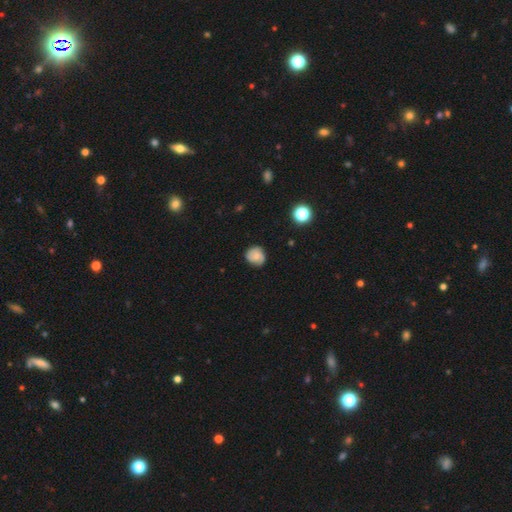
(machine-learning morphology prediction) A smooth galaxy with no disk features (56%) that is round (79%).

Vote fractions:
- Smooth or featured? smooth: 56% / featured or disk: 34% / star or artifact: 10%
- How rounded? round: 79% / in between: 20% / cigar-shaped: 1%
- Merging? none: 78% / minor disturbance: 17% / major disturbance: 4% / merger: 1%